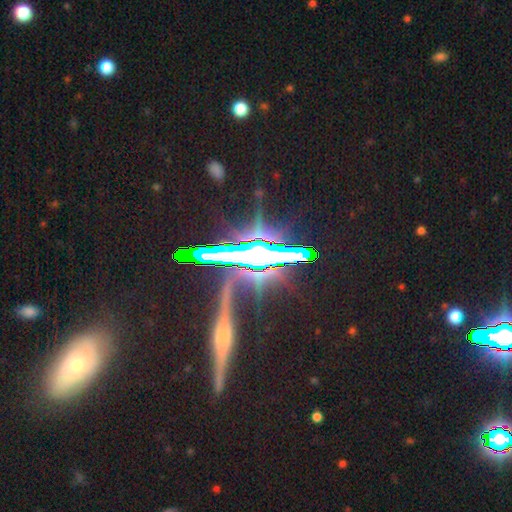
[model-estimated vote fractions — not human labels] smooth_or_featured: star or artifact (p=0.64) [alt: featured or disk p=0.23]